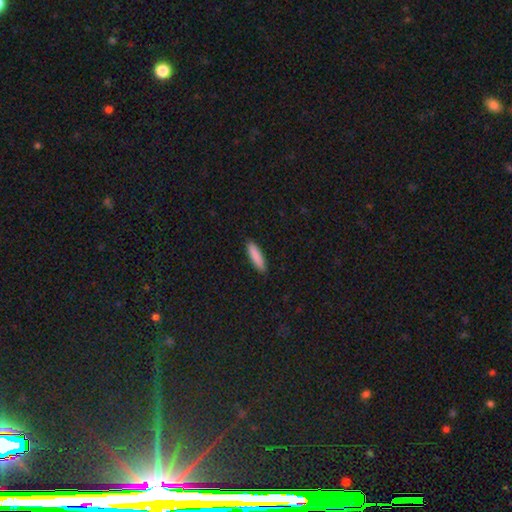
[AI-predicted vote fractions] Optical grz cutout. It shows a smooth galaxy with no disk features (89%) that is cigar-shaped (71%). Merging: none (90%).